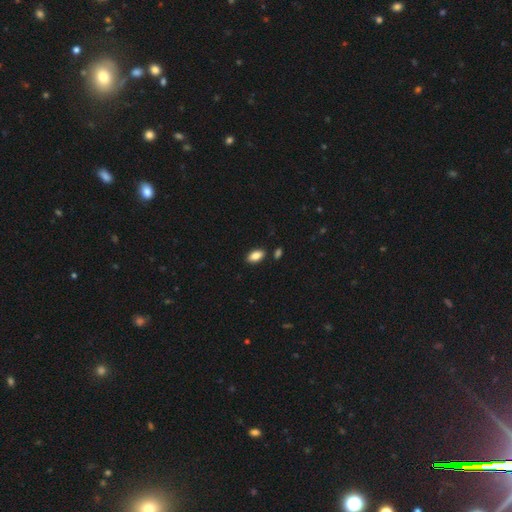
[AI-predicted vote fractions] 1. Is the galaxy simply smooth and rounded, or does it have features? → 87% smooth, 8% star or artifact, 6% featured or disk.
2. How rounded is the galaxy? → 93% in between, 3% round, 3% cigar-shaped.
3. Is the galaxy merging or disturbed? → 86% none, 8% minor disturbance, 4% merger, 2% major disturbance.